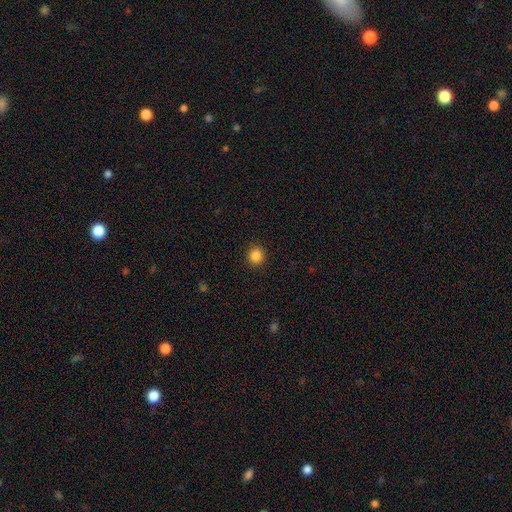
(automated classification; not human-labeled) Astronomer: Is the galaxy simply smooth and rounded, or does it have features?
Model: smooth — 86%.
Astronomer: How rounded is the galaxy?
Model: round — 90%.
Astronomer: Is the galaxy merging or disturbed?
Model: none — 91%.